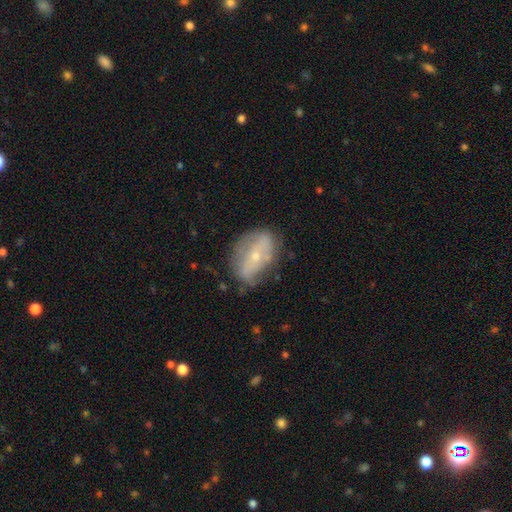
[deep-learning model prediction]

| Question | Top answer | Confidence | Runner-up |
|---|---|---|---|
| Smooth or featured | featured or disk | 59% | smooth (32%) |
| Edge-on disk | no | 90% | yes (10%) |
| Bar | no | 49% | weak (26%) |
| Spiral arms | no | 52% | yes (48%) |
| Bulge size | small | 67% | moderate (29%) |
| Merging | none | 62% | minor disturbance (25%) |